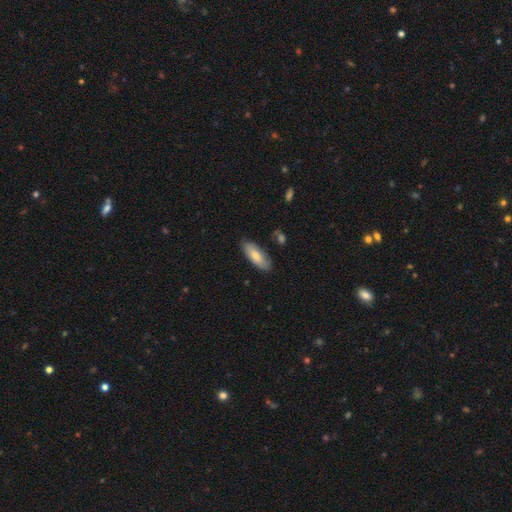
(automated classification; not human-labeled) A smooth galaxy with no disk features (75%) that is in between round and cigar-shaped (75%). Merging: none (79%).